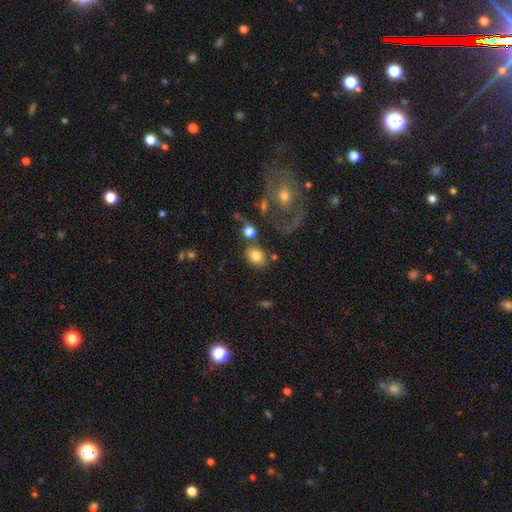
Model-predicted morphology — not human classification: A smooth galaxy with no disk features (78%) that is in between round and cigar-shaped (63%).

Vote fractions:
- Smooth or featured? smooth: 78% / featured or disk: 12% / star or artifact: 9%
- How rounded? in between: 63% / round: 36% / cigar-shaped: 1%
- Merging? none: 64% / merger: 15% / minor disturbance: 13% / major disturbance: 7%